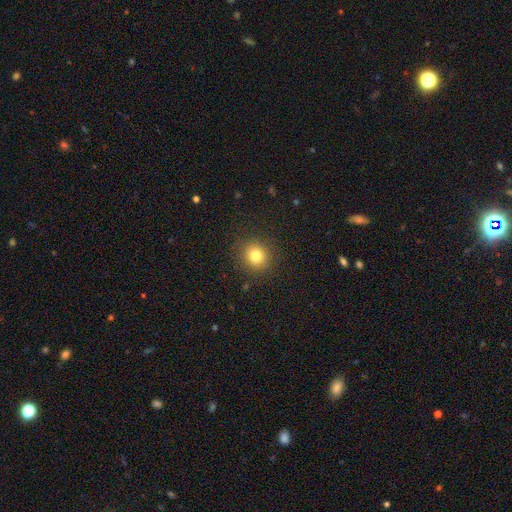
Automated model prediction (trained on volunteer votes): Smooth or featured? Predicted: smooth (p=0.80). How rounded? Predicted: round (p=0.88). Merging? Predicted: none (p=0.89).